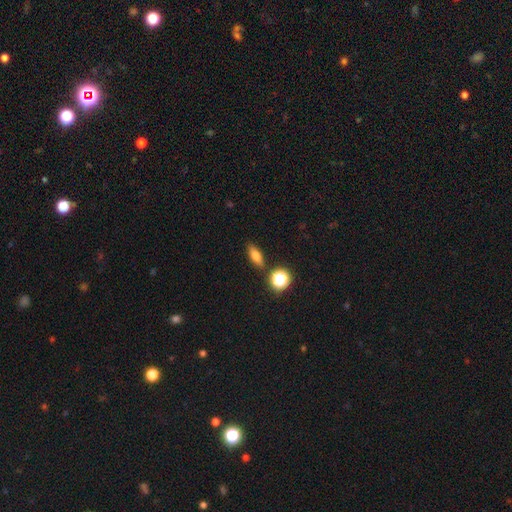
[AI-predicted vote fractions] Smooth or featured: smooth — 71% (featured or disk — 16%)
How rounded: in between — 63% (cigar-shaped — 25%)
Merging: none — 83% (minor disturbance — 10%)